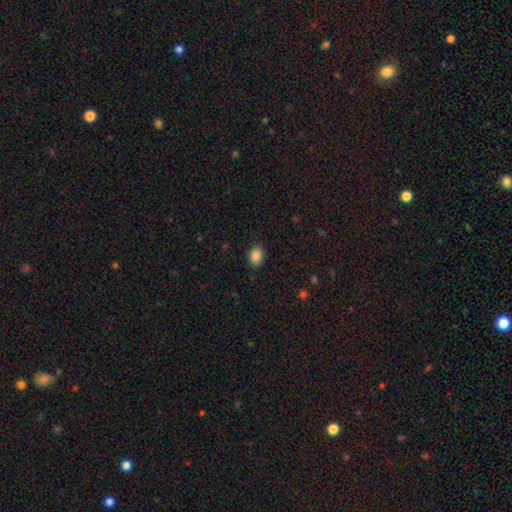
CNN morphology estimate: Smooth or featured?
  - smooth: 87% *
  - star or artifact: 9%
  - featured or disk: 3%
How rounded?
  - in between: 67% *
  - round: 32%
  - cigar-shaped: 1%
Merging?
  - none: 89% *
  - minor disturbance: 8%
  - major disturbance: 2%
  - merger: 1%